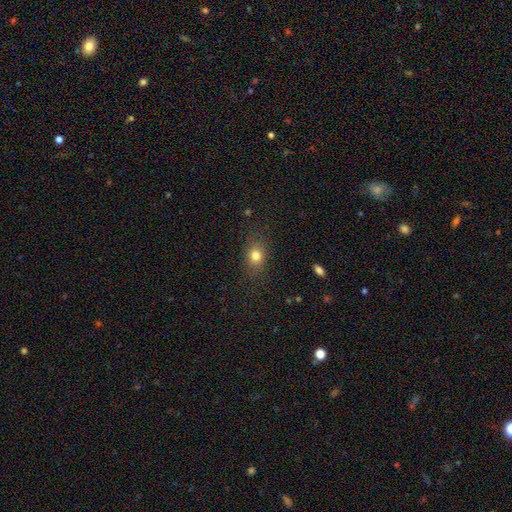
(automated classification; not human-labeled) The model was most divided on "how rounded": in between: 54%, round: 44%, cigar-shaped: 2%. More confident: merging — none (82%); smooth or featured — smooth (79%).